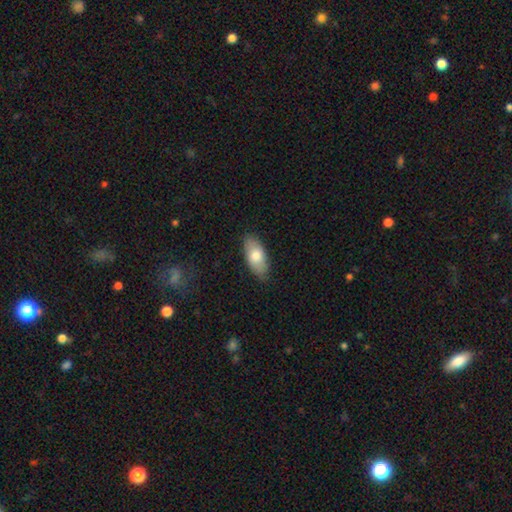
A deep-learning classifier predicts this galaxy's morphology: smooth-or-featured: smooth: 77% | featured or disk: 17% | star or artifact: 6%
  how-rounded: in between: 90% | cigar-shaped: 7% | round: 3%
  merging: none: 84% | minor disturbance: 12% | major disturbance: 2% | merger: 1%